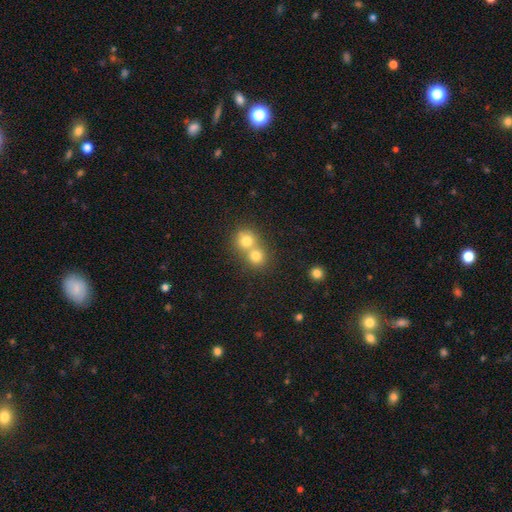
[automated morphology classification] Smooth or featured?
  - smooth: 76% *
  - star or artifact: 13%
  - featured or disk: 12%
How rounded?
  - round: 84% *
  - in between: 15%
  - cigar-shaped: 1%
Merging?
  - merger: 58% *
  - none: 36%
  - minor disturbance: 4%
  - major disturbance: 2%